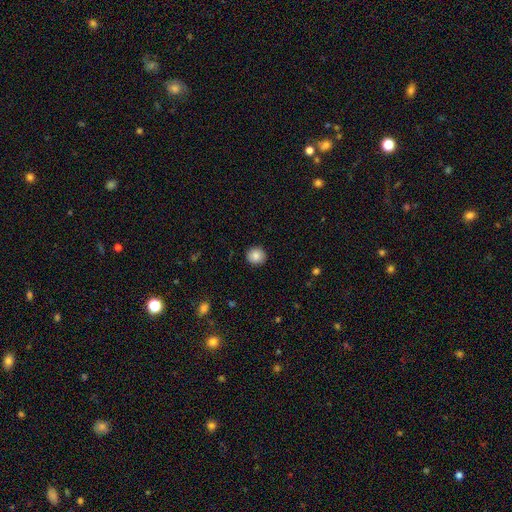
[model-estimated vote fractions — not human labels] Smooth or featured?
  - smooth: 85% *
  - star or artifact: 9%
  - featured or disk: 6%
How rounded?
  - round: 91% *
  - in between: 9%
  - cigar-shaped: 1%
Merging?
  - none: 91% *
  - minor disturbance: 6%
  - major disturbance: 2%
  - merger: 1%